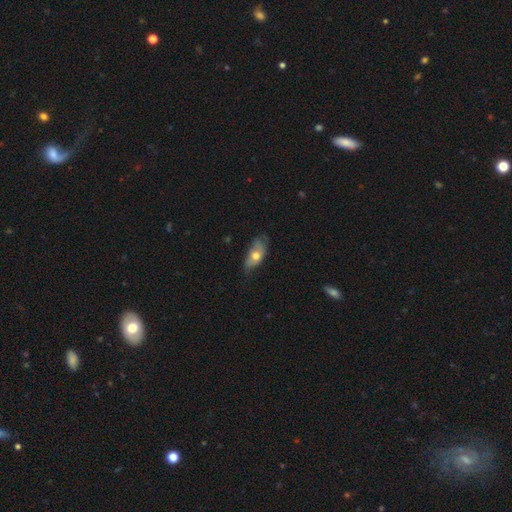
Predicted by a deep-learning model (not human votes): The model was most divided on "merging": none: 49%, minor disturbance: 37%, major disturbance: 12%, merger: 2%. More confident: how rounded — in between (85%); smooth or featured — smooth (60%).